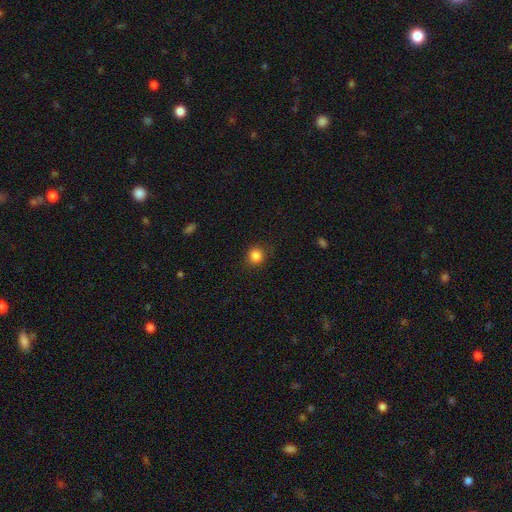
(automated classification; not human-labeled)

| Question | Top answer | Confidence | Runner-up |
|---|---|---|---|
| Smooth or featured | smooth | 84% | star or artifact (11%) |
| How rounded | round | 90% | in between (9%) |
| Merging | none | 87% | minor disturbance (9%) |